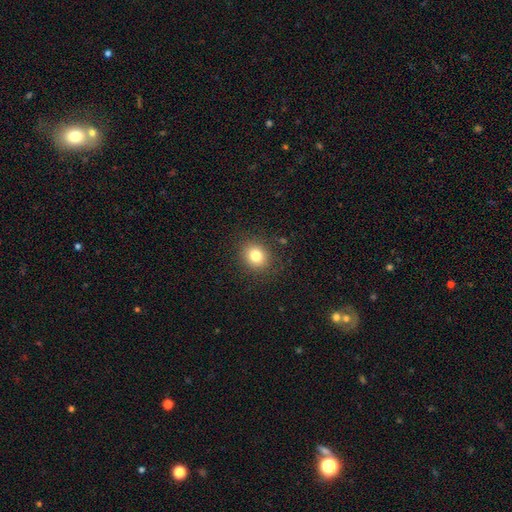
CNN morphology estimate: smooth-or-featured: smooth: 80% | star or artifact: 12% | featured or disk: 8%
  how-rounded: round: 76% | in between: 23% | cigar-shaped: 1%
  merging: none: 87% | minor disturbance: 8% | major disturbance: 3% | merger: 1%